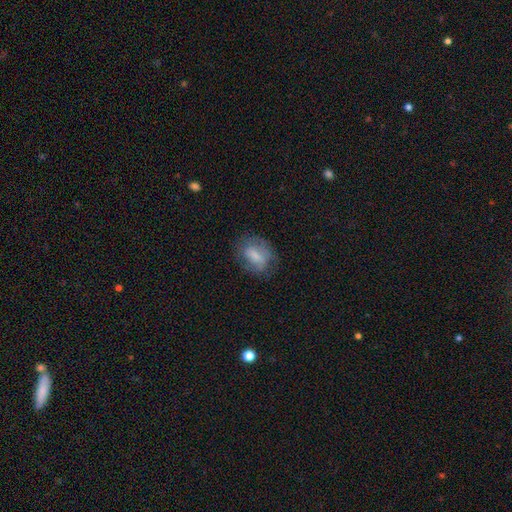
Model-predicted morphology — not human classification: A smooth galaxy with no disk features (60%) that is in between round and cigar-shaped (68%).

Vote fractions:
- Smooth or featured? smooth: 60% / featured or disk: 31% / star or artifact: 9%
- How rounded? in between: 68% / round: 29% / cigar-shaped: 3%
- Merging? none: 62% / minor disturbance: 23% / major disturbance: 13% / merger: 2%